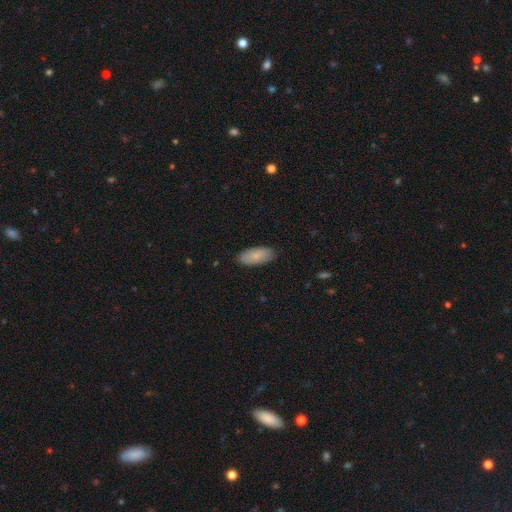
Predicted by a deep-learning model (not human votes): Smooth or featured? smooth (82%)
How rounded? in between (88%)
Merging? none (86%)